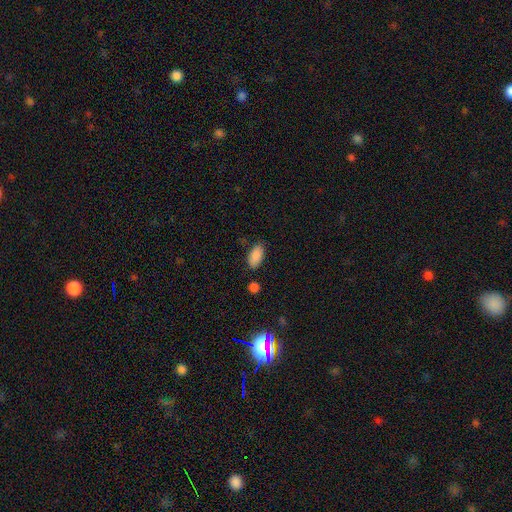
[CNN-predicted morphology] Smooth or featured?
  - smooth: 88% *
  - star or artifact: 7%
  - featured or disk: 4%
How rounded?
  - in between: 93% *
  - cigar-shaped: 4%
  - round: 3%
Merging?
  - none: 78% *
  - minor disturbance: 15%
  - merger: 4%
  - major disturbance: 3%